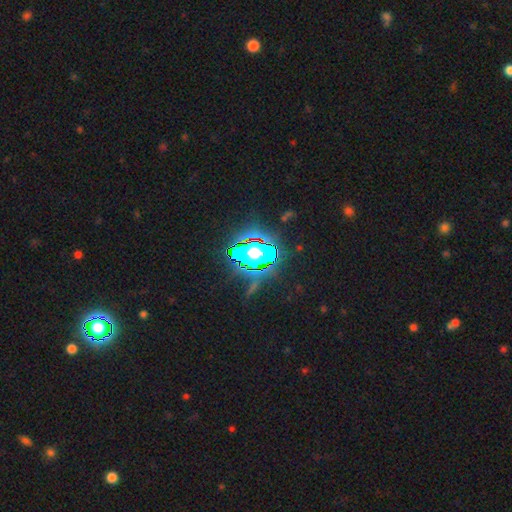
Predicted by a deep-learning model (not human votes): Smooth or featured? star or artifact (77%)